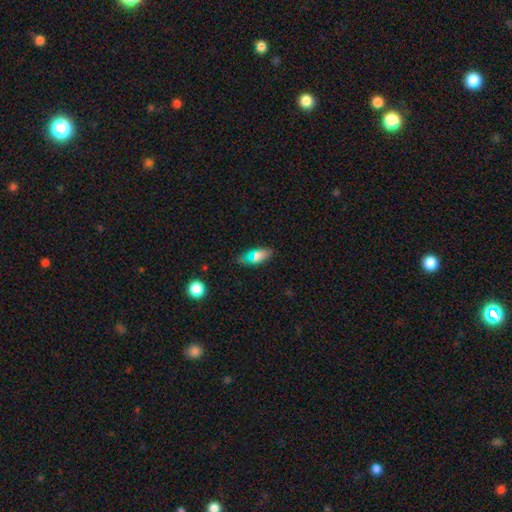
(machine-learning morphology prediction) The model was most divided on "smooth or featured": smooth: 70%, featured or disk: 16%, star or artifact: 14%. More confident: merging — none (80%); how rounded — in between (79%).